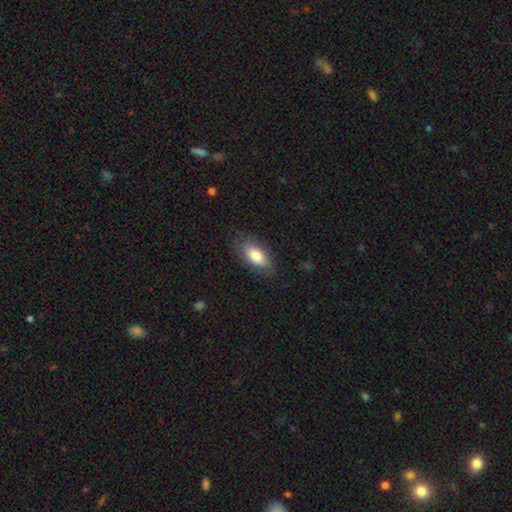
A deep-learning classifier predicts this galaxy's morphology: Smooth or featured: smooth — 82% (featured or disk — 12%)
How rounded: in between — 90% (cigar-shaped — 7%)
Merging: none — 78% (minor disturbance — 16%)